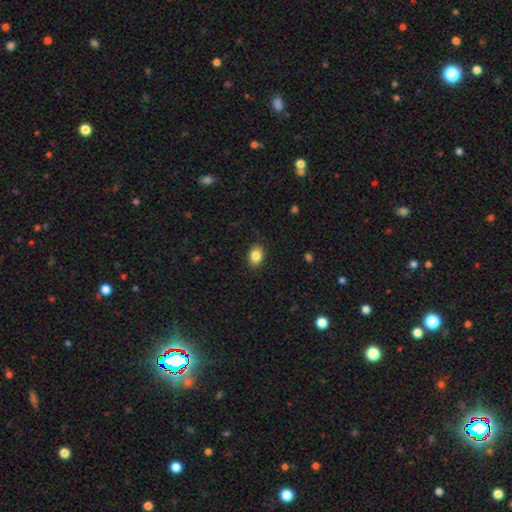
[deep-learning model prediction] smooth_or_featured: smooth (p=0.86) [alt: star or artifact p=0.09]
how_rounded: in between (p=0.74) [alt: round p=0.25]
merging: none (p=0.87) [alt: minor disturbance p=0.10]